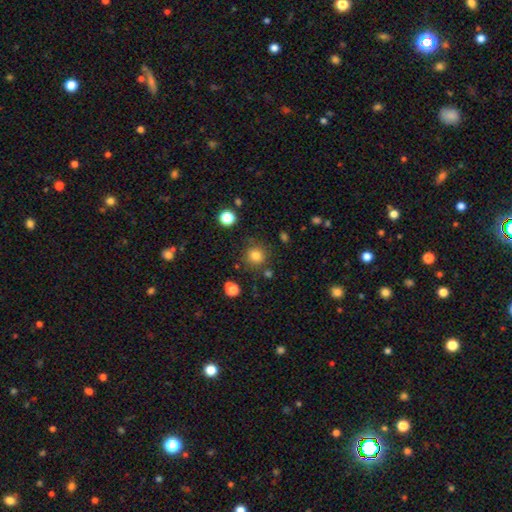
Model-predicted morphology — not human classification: smooth_or_featured: smooth (p=0.81) [alt: star or artifact p=0.13]
how_rounded: round (p=0.92) [alt: in between p=0.07]
merging: none (p=0.83) [alt: minor disturbance p=0.09]